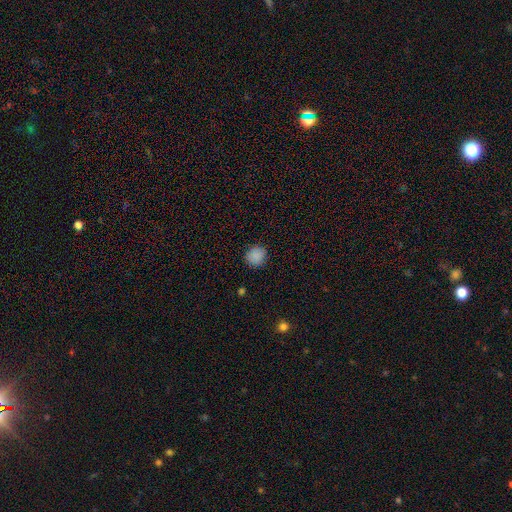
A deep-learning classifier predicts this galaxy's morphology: smooth_or_featured: smooth (p=0.87) [alt: star or artifact p=0.10]
how_rounded: round (p=0.82) [alt: in between p=0.17]
merging: none (p=0.87) [alt: minor disturbance p=0.10]